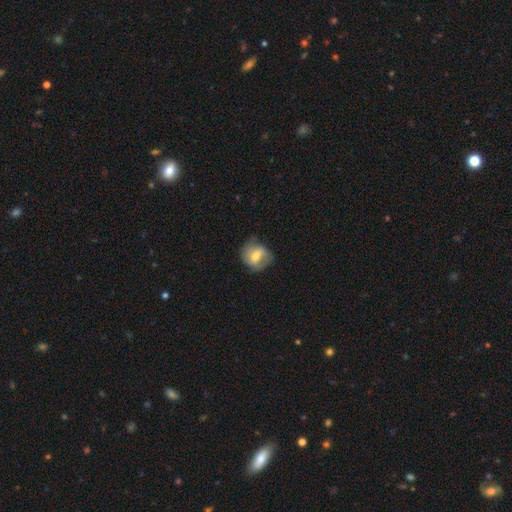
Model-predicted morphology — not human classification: A smooth galaxy with no disk features (49%). Merging: none (63%).